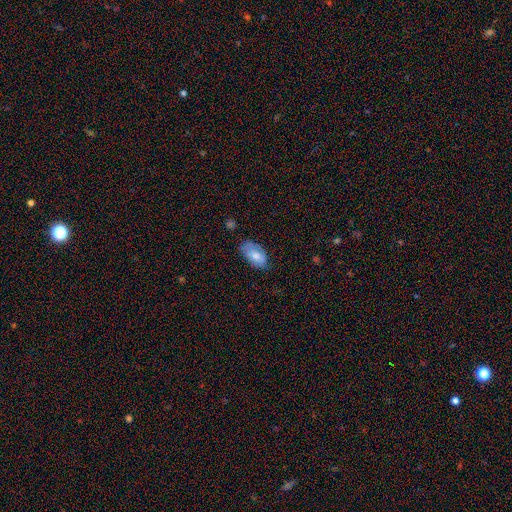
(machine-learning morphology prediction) This appears to be a smooth galaxy with no disk features (70%) that is in between round and cigar-shaped (93%). Merging: none (61%).